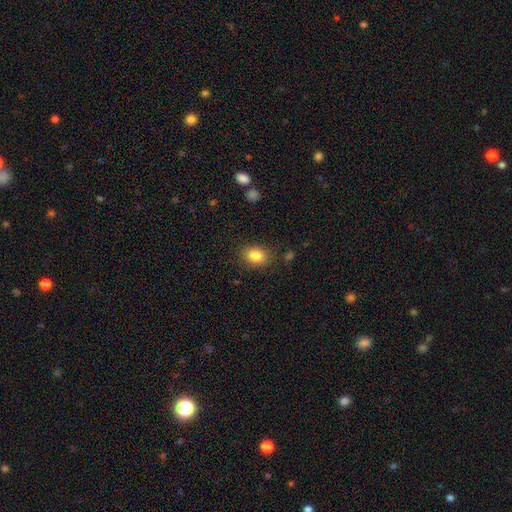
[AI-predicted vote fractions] Morphology: type=smooth (84%); roundness=in between (58%); merging=none (85%).